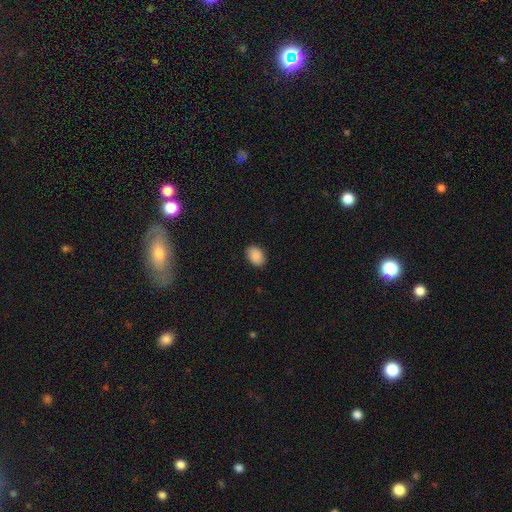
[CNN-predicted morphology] This is clearly a smooth galaxy (90%). How rounded: clearly in between (82%). Merging: clearly none (89%).